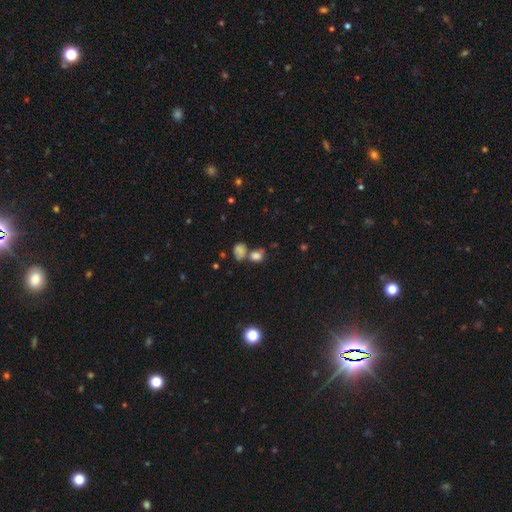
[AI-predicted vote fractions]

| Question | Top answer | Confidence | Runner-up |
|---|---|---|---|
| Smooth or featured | smooth | 75% | star or artifact (15%) |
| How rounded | round | 56% | in between (43%) |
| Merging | merger | 43% | none (39%) |